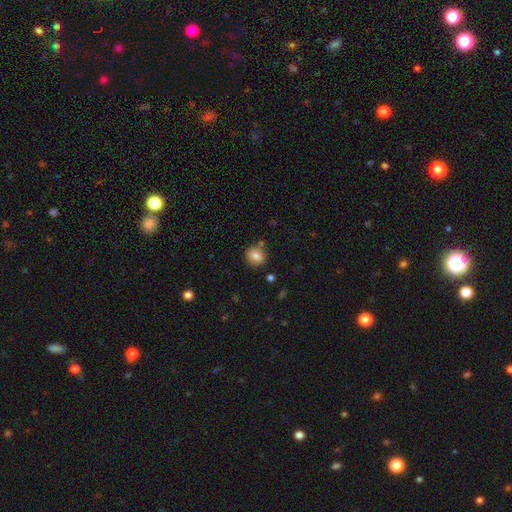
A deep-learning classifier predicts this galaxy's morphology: Smooth or featured? smooth (80%)
How rounded? round (82%)
Merging? none (79%)